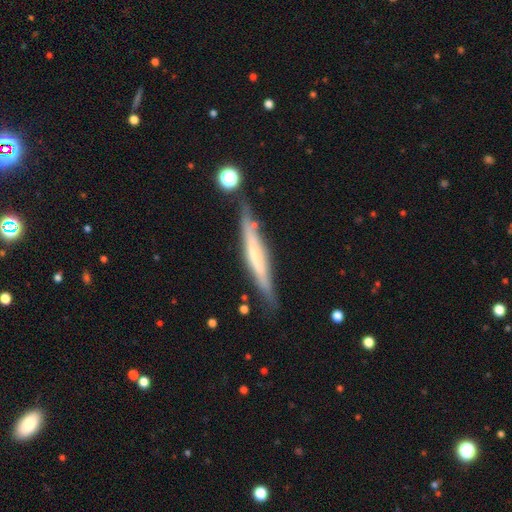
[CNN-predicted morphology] smooth_or_featured: featured or disk (p=0.56) [alt: smooth p=0.37]
disk_edge_on: yes (p=0.93) [alt: no p=0.07]
edge_on_bulge: none (p=0.62) [alt: boxy p=0.19]
merging: none (p=0.76) [alt: minor disturbance p=0.16]